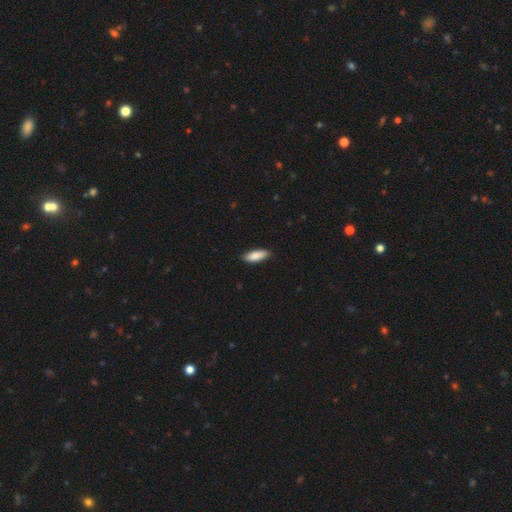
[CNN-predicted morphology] type=smooth (87%); roundness=in between (67%); merging=none (87%).